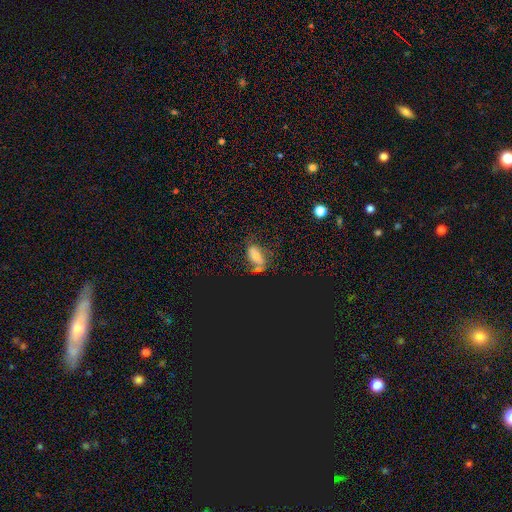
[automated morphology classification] Smooth or featured: smooth — 45% (featured or disk — 28%)
Merging: none — 41% (minor disturbance — 21%)